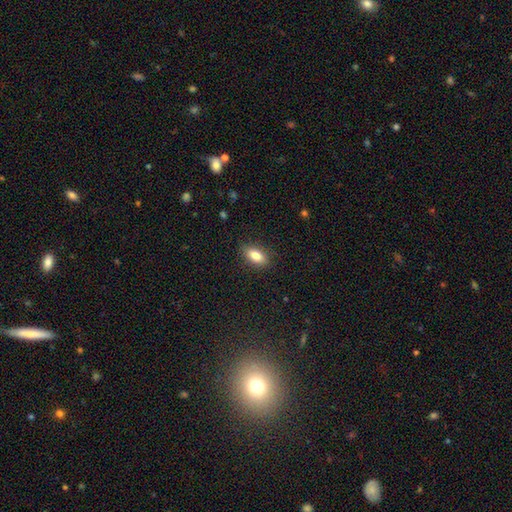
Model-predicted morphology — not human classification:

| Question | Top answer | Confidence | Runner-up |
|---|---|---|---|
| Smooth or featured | smooth | 81% | featured or disk (11%) |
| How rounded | in between | 87% | cigar-shaped (8%) |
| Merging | none | 86% | minor disturbance (10%) |